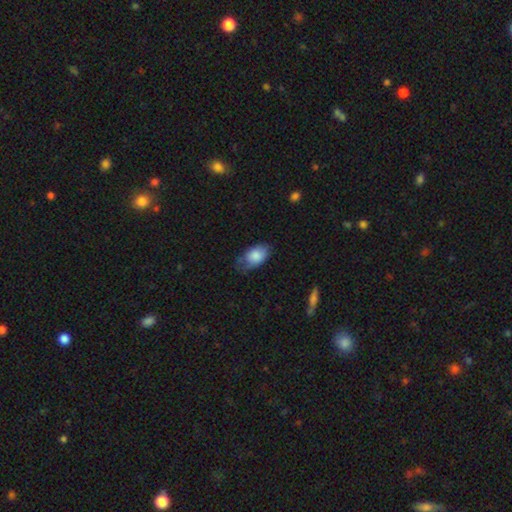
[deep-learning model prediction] smooth 83%, featured or disk 10%, star or artifact 7%. Down the decision tree: how rounded — in between (91%); merging — none (52%).